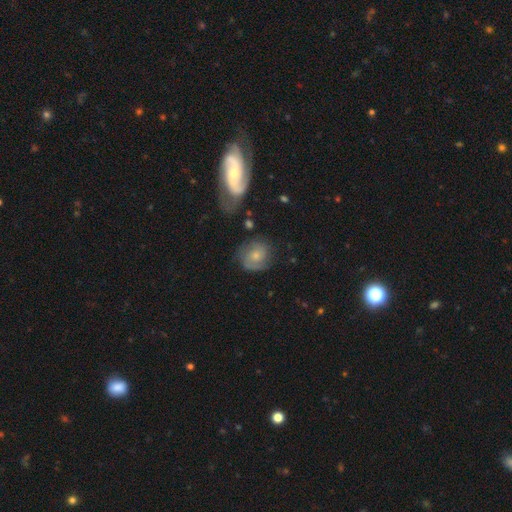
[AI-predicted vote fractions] This appears to be a featured or disk galaxy (58%) with no bar (72%), spiral arms (87%) and a small central bulge (48%). Merging: none (65%).